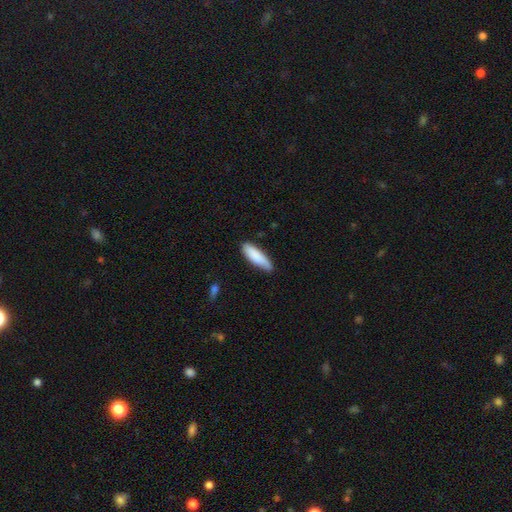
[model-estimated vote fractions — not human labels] Smooth or featured? smooth (86%)
How rounded? cigar-shaped (59%)
Merging? none (77%)